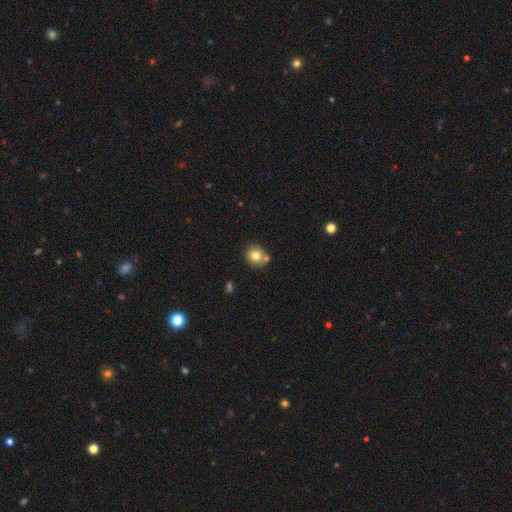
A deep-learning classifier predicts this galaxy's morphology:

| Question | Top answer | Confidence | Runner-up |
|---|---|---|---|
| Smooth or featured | smooth | 77% | featured or disk (13%) |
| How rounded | round | 82% | in between (17%) |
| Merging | none | 66% | merger (20%) |